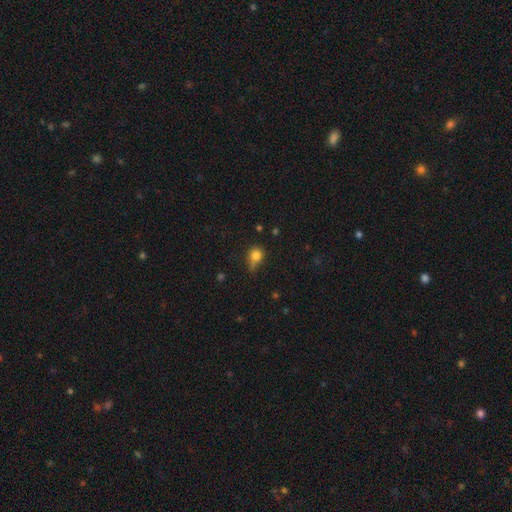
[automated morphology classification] Smooth or featured?
  - smooth: 81% *
  - star or artifact: 11%
  - featured or disk: 8%
How rounded?
  - round: 74% *
  - in between: 24%
  - cigar-shaped: 2%
Merging?
  - none: 43% *
  - minor disturbance: 37%
  - major disturbance: 14%
  - merger: 6%